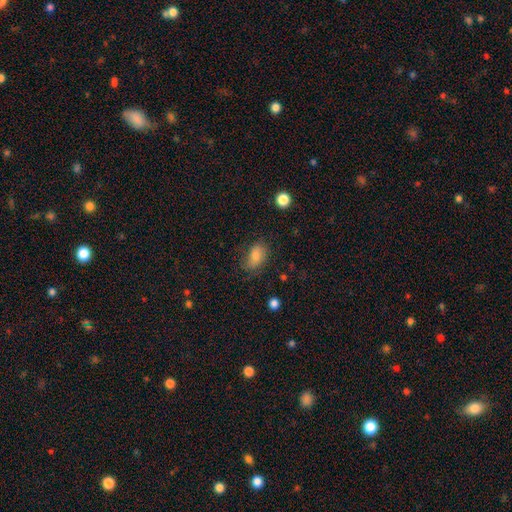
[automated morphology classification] type=smooth (74%); roundness=in between (85%); merging=none (68%).